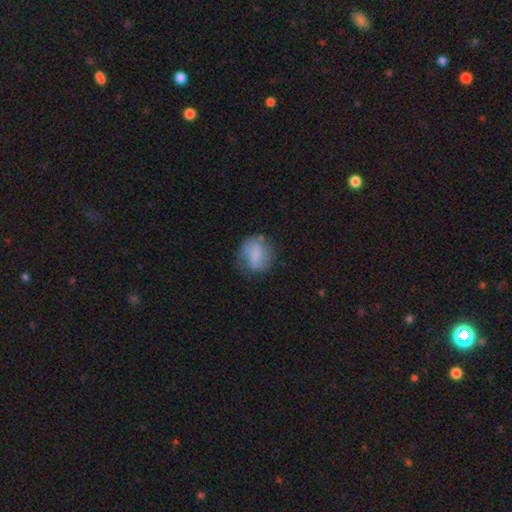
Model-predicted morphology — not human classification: Smooth or featured? Predicted: smooth (p=0.59). How rounded? Predicted: round (p=0.66). Merging? Predicted: none (p=0.56).